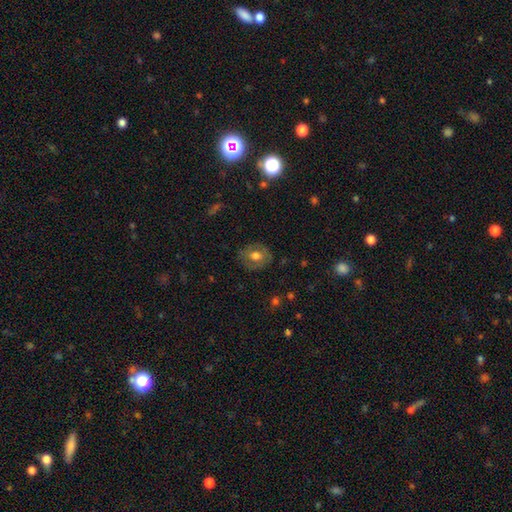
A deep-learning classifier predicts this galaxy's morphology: Q: Smooth or featured?
A: smooth (59%); runner-up: featured or disk (32%)
Q: How rounded?
A: round (67%); runner-up: in between (32%)
Q: Merging?
A: none (80%); runner-up: minor disturbance (14%)